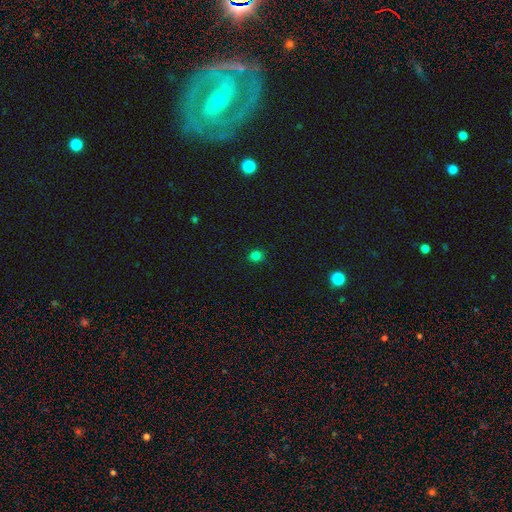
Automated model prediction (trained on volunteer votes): This appears to be a smooth galaxy with no disk features (80%) that is round (79%). Merging: none (88%).